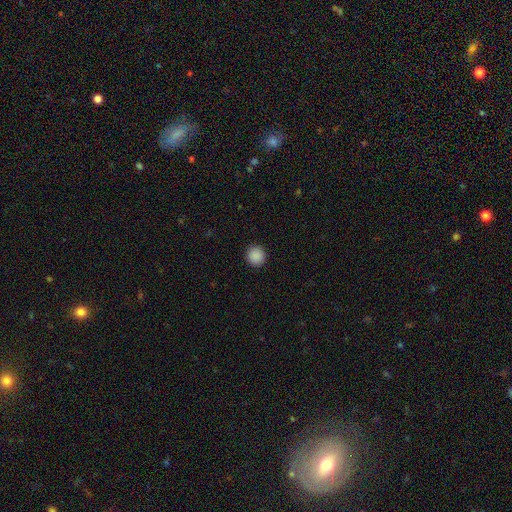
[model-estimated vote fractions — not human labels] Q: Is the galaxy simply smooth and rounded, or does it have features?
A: smooth — 89%.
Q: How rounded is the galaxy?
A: round — 94%.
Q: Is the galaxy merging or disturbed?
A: none — 93%.